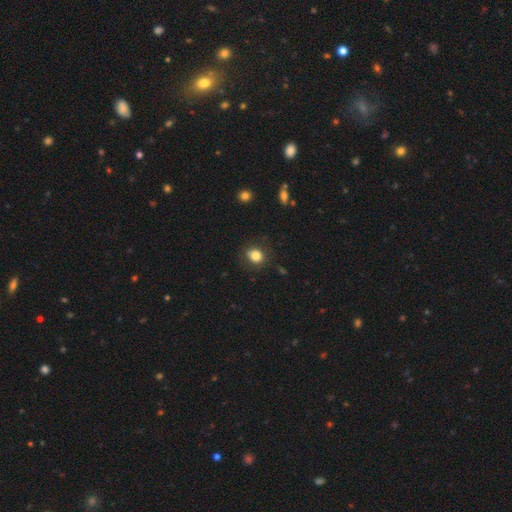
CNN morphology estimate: type=smooth (82%); roundness=round (68%); merging=none (81%).